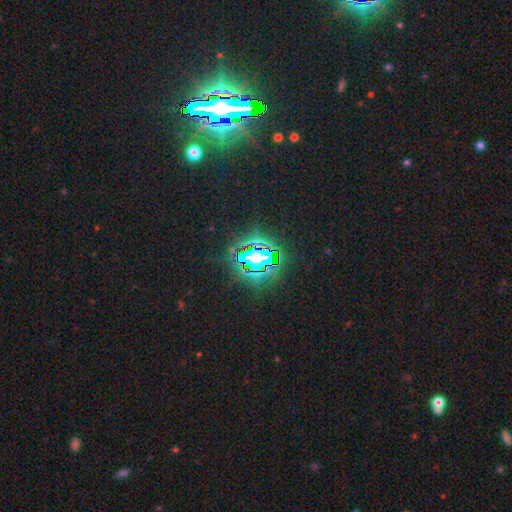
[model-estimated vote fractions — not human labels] Smooth or featured: star or artifact — 86% (smooth — 8%)